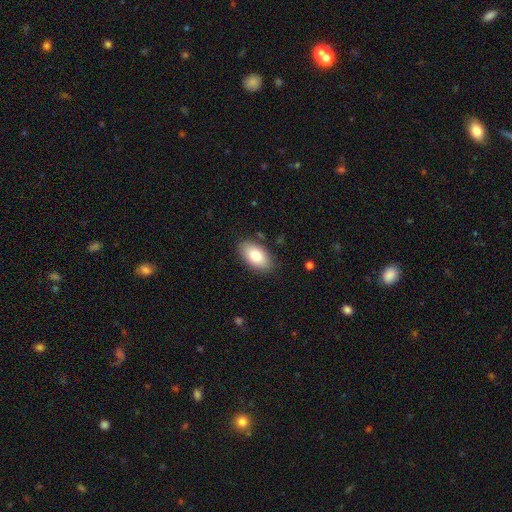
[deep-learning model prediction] Morphology: type=smooth (78%); roundness=in between (93%); merging=none (85%).